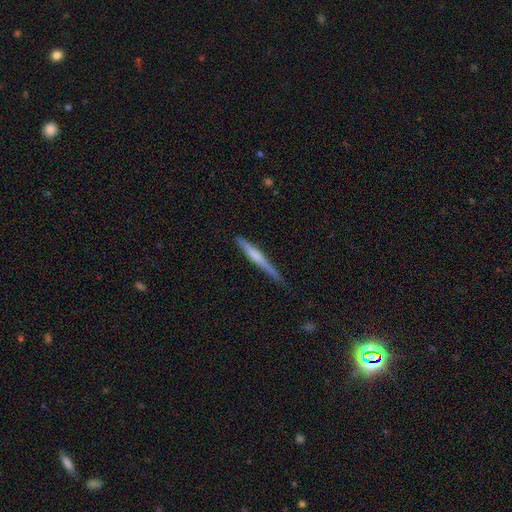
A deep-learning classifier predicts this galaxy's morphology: smooth-or-featured: featured or disk: 54% | smooth: 41% | star or artifact: 5%
  disk-edge-on: yes: 97% | no: 3%
    edge-on-bulge: rounded: 45% | none: 38% | boxy: 17%
  merging: none: 80% | minor disturbance: 16% | major disturbance: 3% | merger: 2%